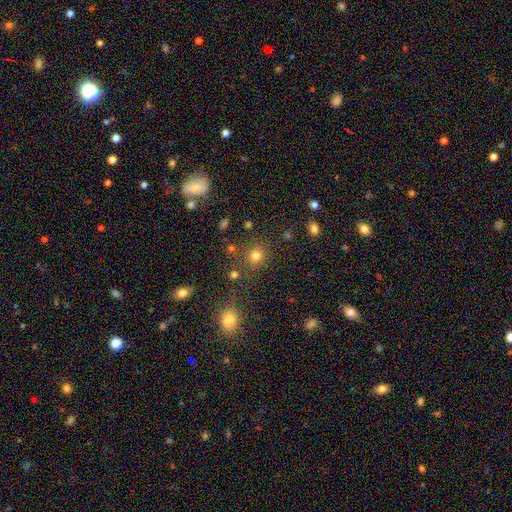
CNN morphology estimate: A smooth galaxy with no disk features (75%) that is round (84%).

Vote fractions:
- Smooth or featured? smooth: 75% / star or artifact: 18% / featured or disk: 7%
- How rounded? round: 84% / in between: 15% / cigar-shaped: 1%
- Merging? none: 79% / minor disturbance: 10% / merger: 7% / major disturbance: 5%